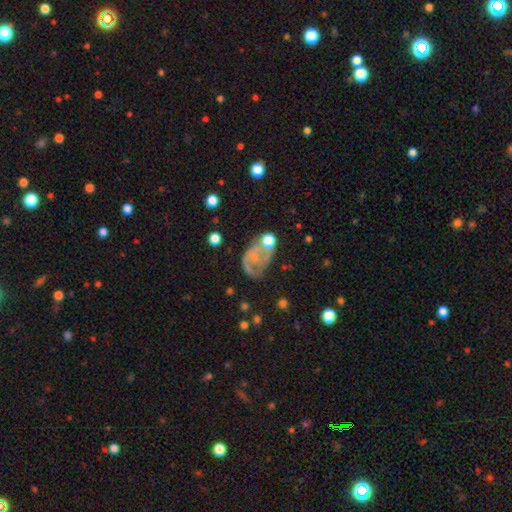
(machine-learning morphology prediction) smooth_or_featured: featured or disk (p=0.59) [alt: smooth p=0.29]
disk_edge_on: no (p=0.97) [alt: yes p=0.03]
bar: no (p=0.74) [alt: weak p=0.21]
has_spiral_arms: yes (p=0.62) [alt: no p=0.38]
bulge_size: small (p=0.48) [alt: none p=0.29]
merging: none (p=0.38) [alt: major disturbance p=0.26]